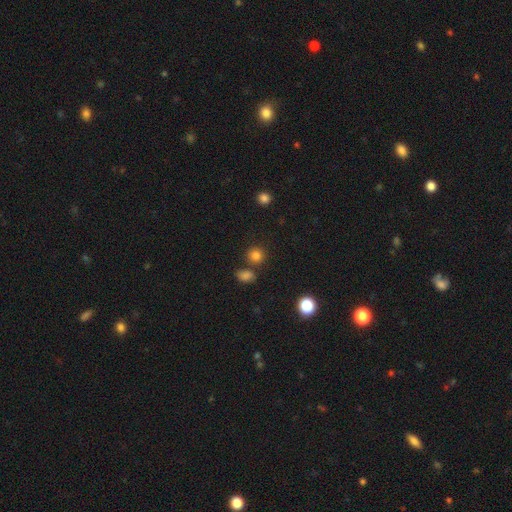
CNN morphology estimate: Q: Smooth or featured?
A: smooth (81%); runner-up: star or artifact (14%)
Q: How rounded?
A: round (87%); runner-up: in between (12%)
Q: Merging?
A: none (74%); runner-up: merger (13%)